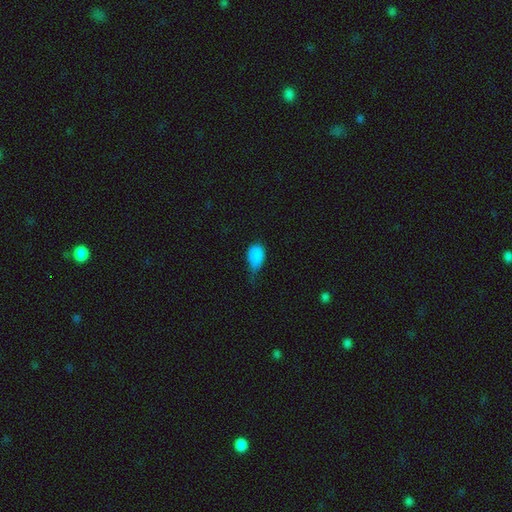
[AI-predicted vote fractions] smooth 86%, star or artifact 9%, featured or disk 5%. Down the decision tree: how rounded — in between (83%); merging — minor disturbance (51%).